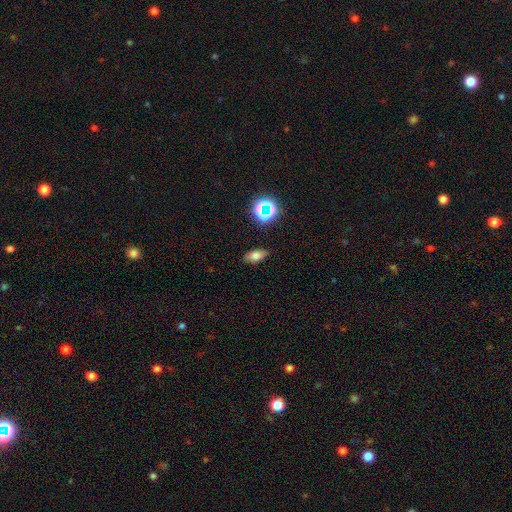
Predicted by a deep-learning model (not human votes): smooth-or-featured: smooth: 73% | star or artifact: 15% | featured or disk: 12%
  how-rounded: in between: 83% | cigar-shaped: 10% | round: 7%
  merging: none: 85% | minor disturbance: 11% | major disturbance: 3% | merger: 2%